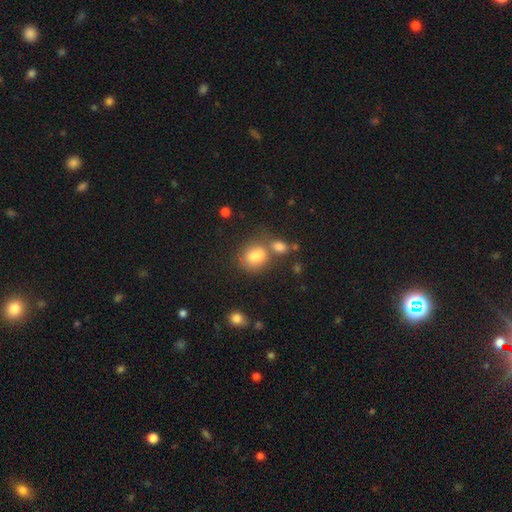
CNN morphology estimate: Smooth or featured: smooth — 77% (star or artifact — 12%)
How rounded: in between — 54% (round — 44%)
Merging: none — 41% (merger — 40%)